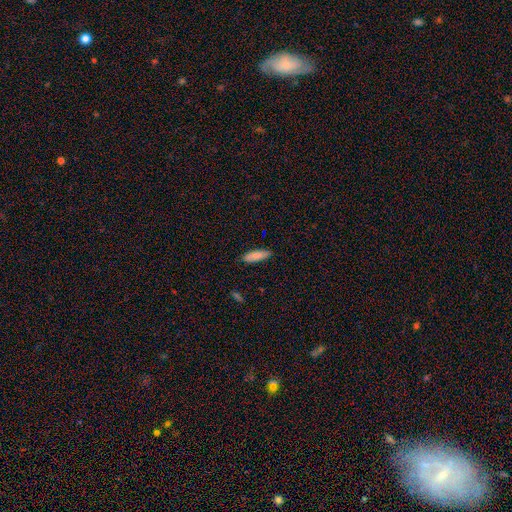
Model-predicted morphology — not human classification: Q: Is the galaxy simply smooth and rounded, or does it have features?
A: smooth — 85%.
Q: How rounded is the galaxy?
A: in between — 50%.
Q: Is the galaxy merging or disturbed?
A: none — 85%.